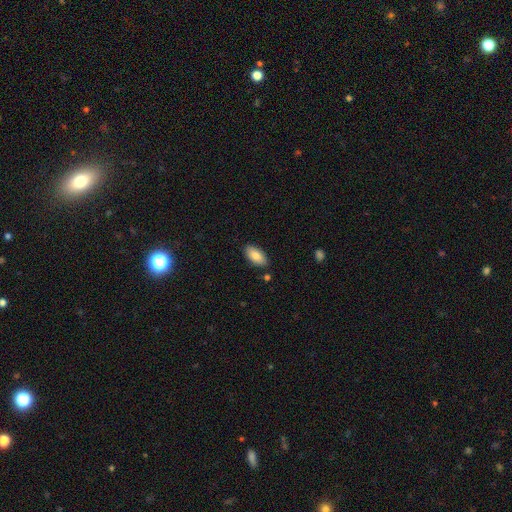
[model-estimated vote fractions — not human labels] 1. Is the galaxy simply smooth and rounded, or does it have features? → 85% smooth, 9% featured or disk, 6% star or artifact.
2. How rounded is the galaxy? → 93% in between, 5% cigar-shaped, 2% round.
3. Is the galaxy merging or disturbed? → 84% none, 11% minor disturbance, 2% merger, 2% major disturbance.